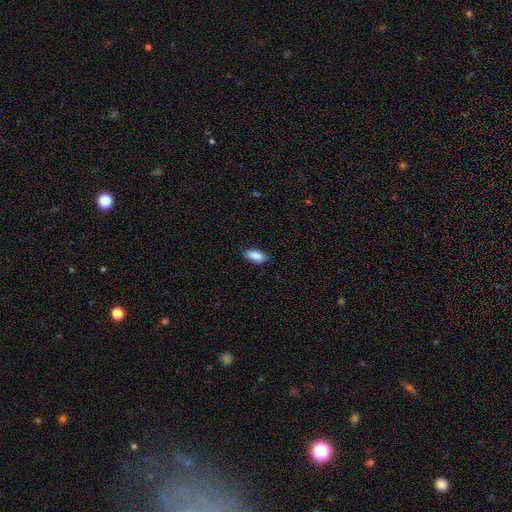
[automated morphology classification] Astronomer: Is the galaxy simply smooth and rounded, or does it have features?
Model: smooth — 88%.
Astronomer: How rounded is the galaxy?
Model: in between — 88%.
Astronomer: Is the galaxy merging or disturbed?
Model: none — 84%.